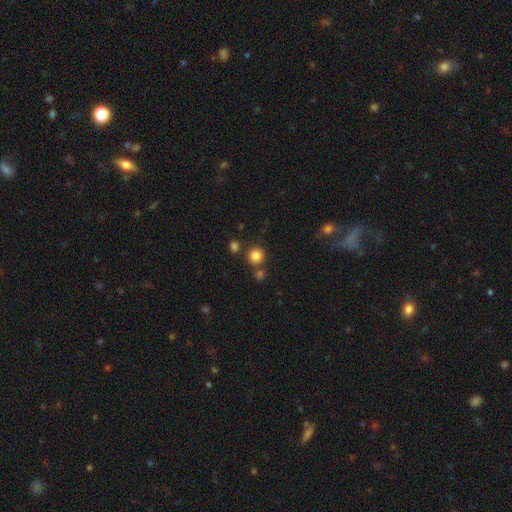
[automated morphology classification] Overall: smooth (83%). How rounded: round (92%). Merging: none (78%).